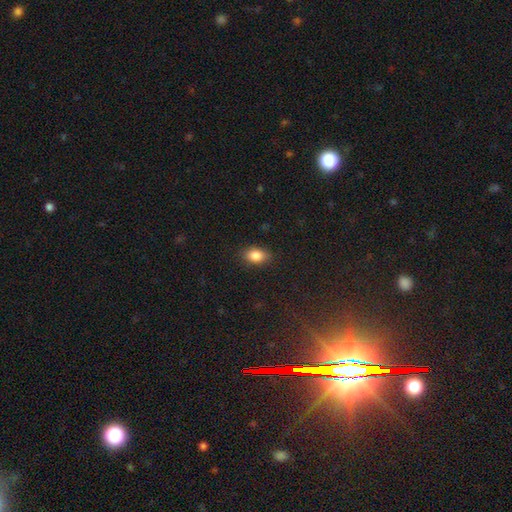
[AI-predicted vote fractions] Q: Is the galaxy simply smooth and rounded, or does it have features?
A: smooth — 85%.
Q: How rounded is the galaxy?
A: in between — 84%.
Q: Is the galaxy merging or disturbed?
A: none — 85%.